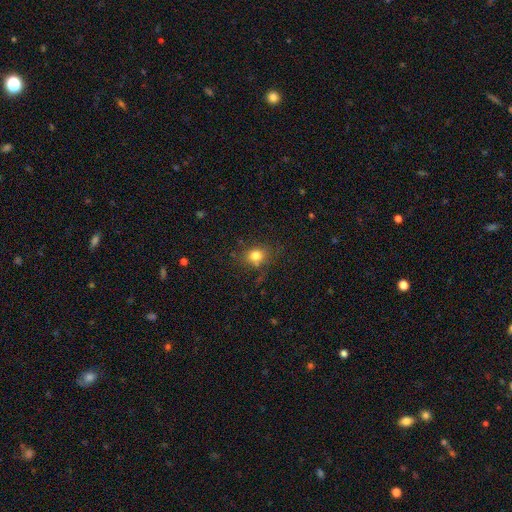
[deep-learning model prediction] This is likely a smooth galaxy (78%). How rounded: likely round (62%). Merging: likely none (74%).